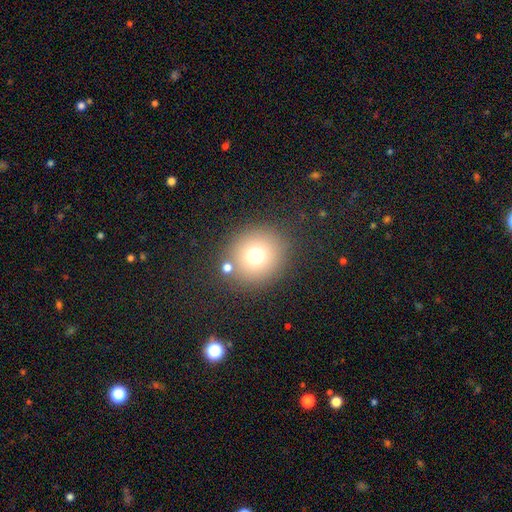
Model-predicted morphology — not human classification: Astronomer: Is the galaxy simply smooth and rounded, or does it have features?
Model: smooth — 72%.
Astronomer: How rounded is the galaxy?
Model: round — 90%.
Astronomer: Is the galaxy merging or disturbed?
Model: none — 80%.